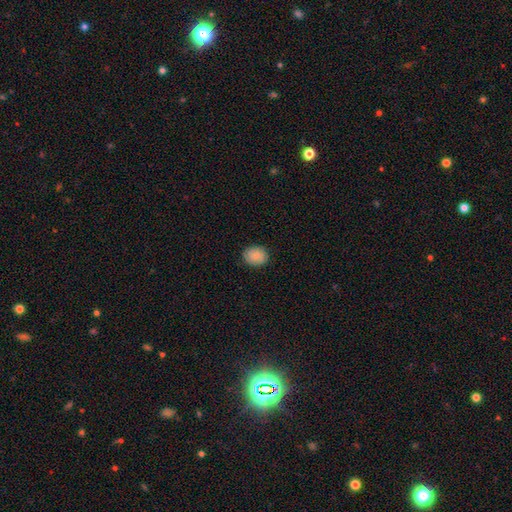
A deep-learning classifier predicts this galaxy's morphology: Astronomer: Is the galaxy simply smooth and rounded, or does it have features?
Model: smooth — 85%.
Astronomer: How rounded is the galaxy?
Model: round — 57% (runner-up: in between, 42%).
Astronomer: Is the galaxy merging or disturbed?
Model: none — 86%.